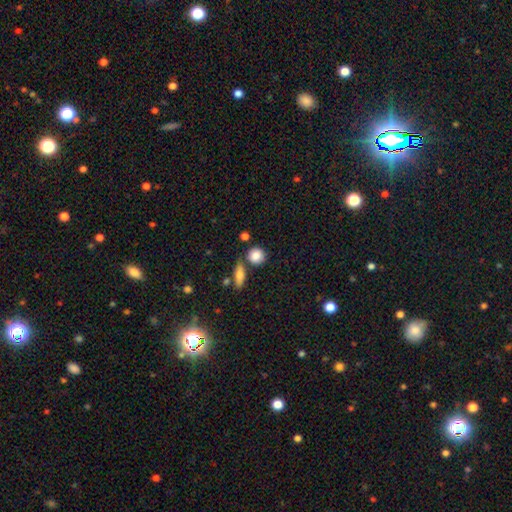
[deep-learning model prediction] Smooth or featured: smooth — 85% (star or artifact — 8%)
How rounded: round — 83% (in between — 15%)
Merging: none — 72% (merger — 13%)